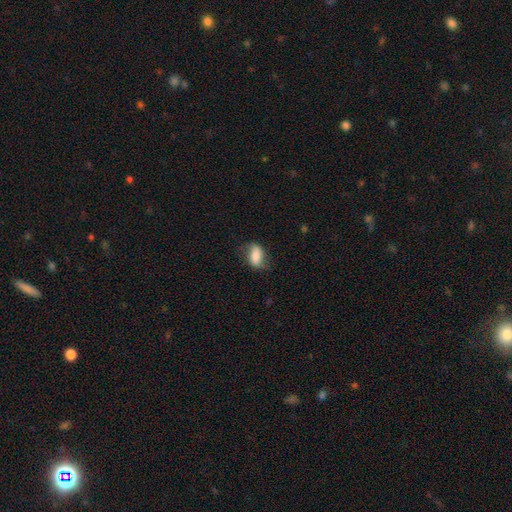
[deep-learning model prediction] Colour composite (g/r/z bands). It shows a smooth galaxy with no disk features (66%) that is in between round and cigar-shaped (86%). Merging: none (63%).